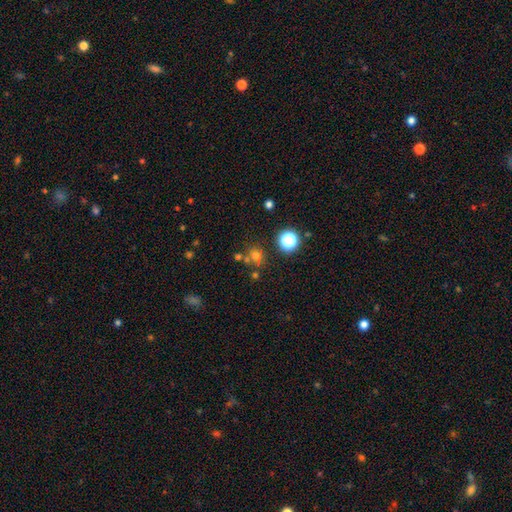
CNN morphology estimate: Smooth or featured? Predicted: smooth (p=0.59). How rounded? Predicted: round (p=0.82). Merging? Predicted: none (p=0.60).